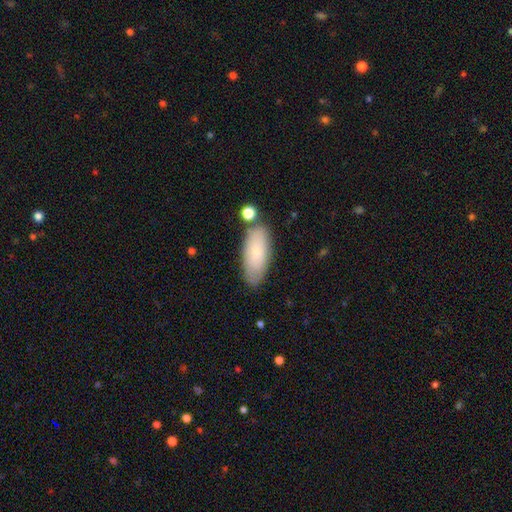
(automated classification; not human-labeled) smooth-or-featured: smooth: 76% | featured or disk: 17% | star or artifact: 7%
  how-rounded: in between: 78% | cigar-shaped: 19% | round: 2%
  merging: none: 76% | minor disturbance: 15% | merger: 6% | major disturbance: 3%